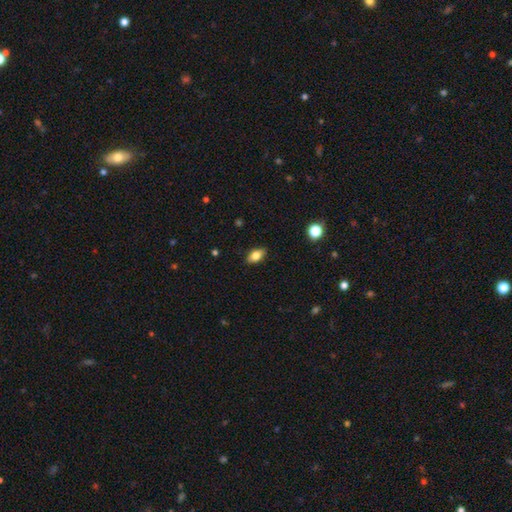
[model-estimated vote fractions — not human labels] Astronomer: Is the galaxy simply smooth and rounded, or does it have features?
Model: smooth — 79%.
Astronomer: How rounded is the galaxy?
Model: in between — 88%.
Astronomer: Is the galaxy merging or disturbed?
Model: none — 88%.